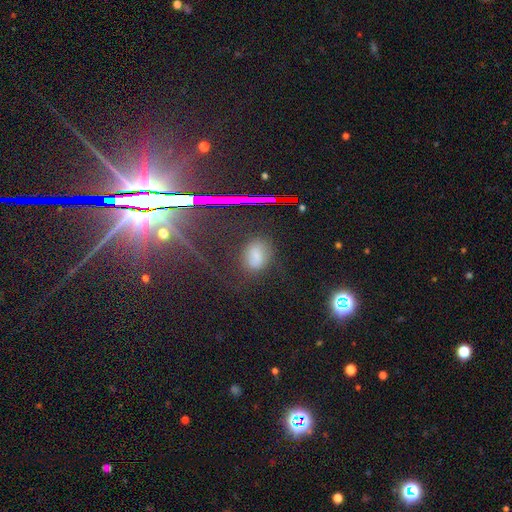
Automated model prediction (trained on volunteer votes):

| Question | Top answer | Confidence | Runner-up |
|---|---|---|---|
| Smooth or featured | smooth | 57% | star or artifact (30%) |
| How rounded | in between | 81% | round (16%) |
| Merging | none | 76% | minor disturbance (16%) |